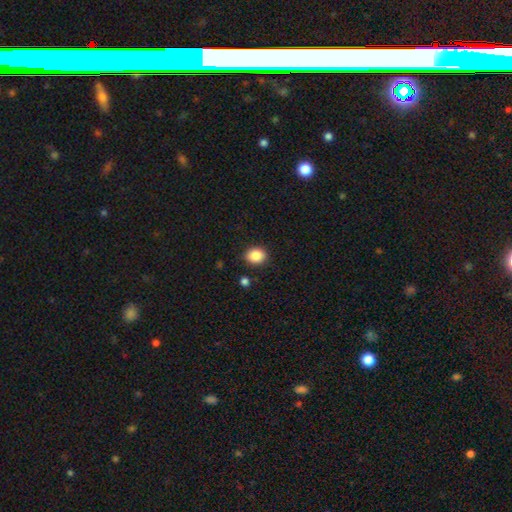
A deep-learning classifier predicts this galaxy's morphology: Smooth or featured? Predicted: smooth (p=0.88). How rounded? Predicted: round (p=0.53). Merging? Predicted: none (p=0.87).